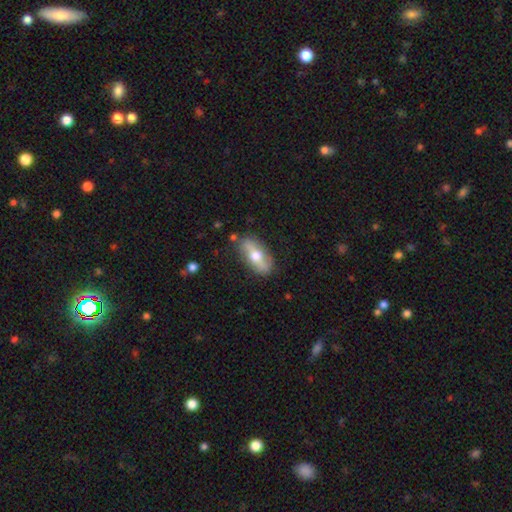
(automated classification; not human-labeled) This is possibly a featured or disk galaxy (49%). Merging: clearly none (82%).